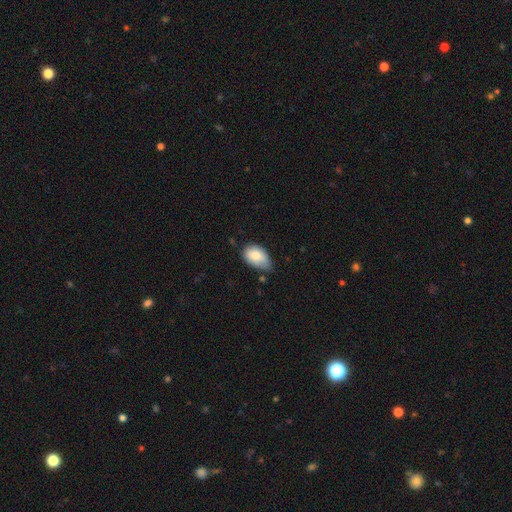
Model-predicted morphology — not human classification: smooth_or_featured: smooth (p=0.81) [alt: featured or disk p=0.12]
how_rounded: in between (p=0.90) [alt: round p=0.09]
merging: minor disturbance (p=0.45) [alt: none p=0.44]